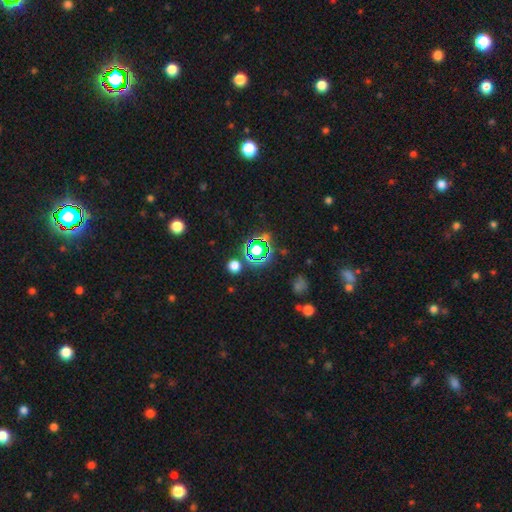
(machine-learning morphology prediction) This is likely a star or artifact rather than a galaxy (72%).